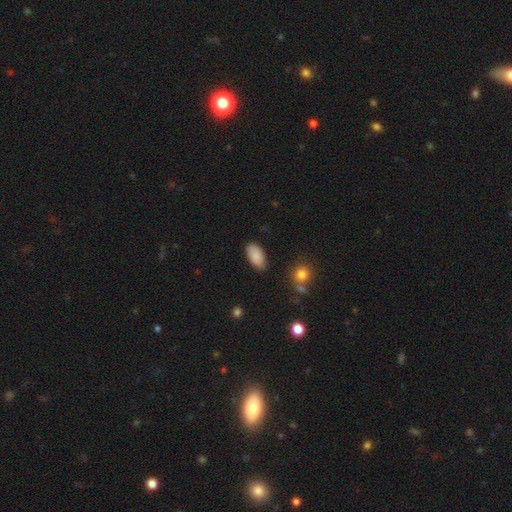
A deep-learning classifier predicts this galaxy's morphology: Q: Smooth or featured?
A: smooth (87%); runner-up: star or artifact (7%)
Q: How rounded?
A: in between (94%); runner-up: cigar-shaped (3%)
Q: Merging?
A: none (83%); runner-up: minor disturbance (13%)